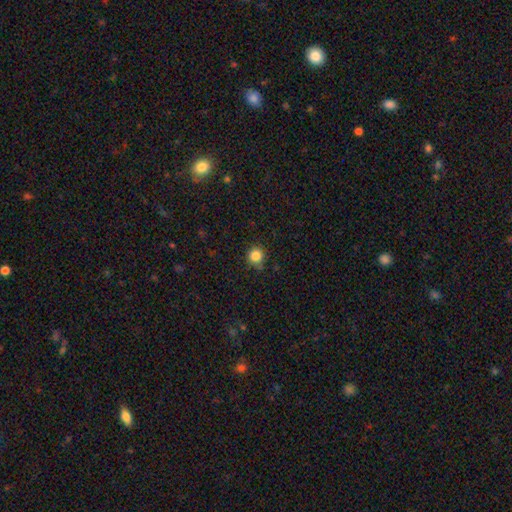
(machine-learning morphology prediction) Smooth or featured: smooth — 85% (star or artifact — 11%)
How rounded: round — 94% (in between — 5%)
Merging: none — 86% (minor disturbance — 10%)